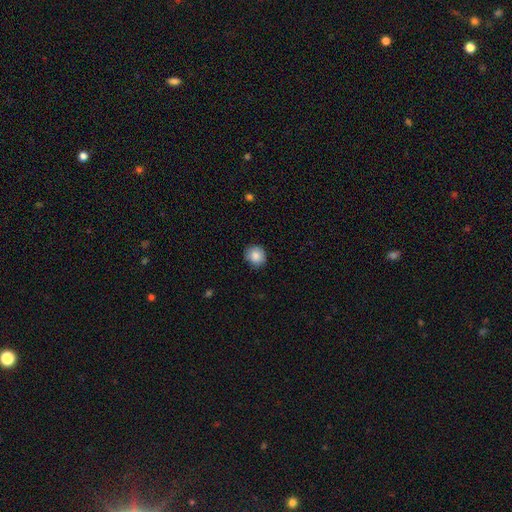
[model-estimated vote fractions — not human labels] Smooth or featured? Predicted: smooth (p=0.86). How rounded? Predicted: round (p=0.83). Merging? Predicted: none (p=0.86).